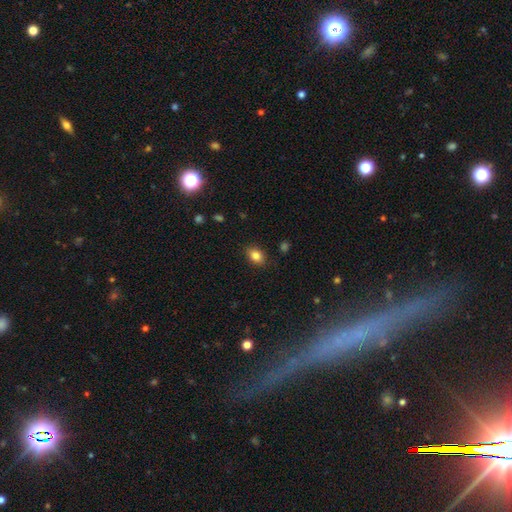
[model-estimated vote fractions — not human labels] Smooth or featured: smooth — 84% (star or artifact — 9%)
How rounded: in between — 77% (round — 21%)
Merging: none — 86% (minor disturbance — 11%)